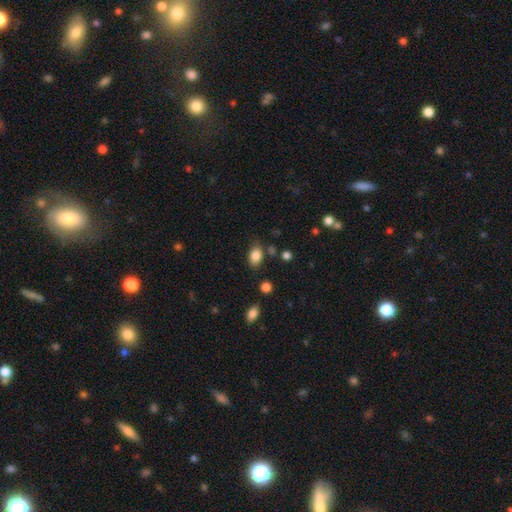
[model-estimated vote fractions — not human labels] smooth-or-featured: smooth: 85% | star or artifact: 9% | featured or disk: 6%
  how-rounded: in between: 82% | round: 17% | cigar-shaped: 1%
  merging: none: 75% | minor disturbance: 17% | major disturbance: 4% | merger: 4%